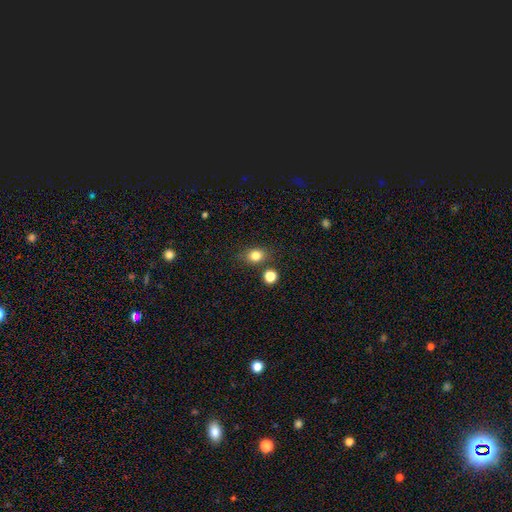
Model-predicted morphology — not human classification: Smooth or featured? smooth (81%)
How rounded? round (56%)
Merging? none (76%)